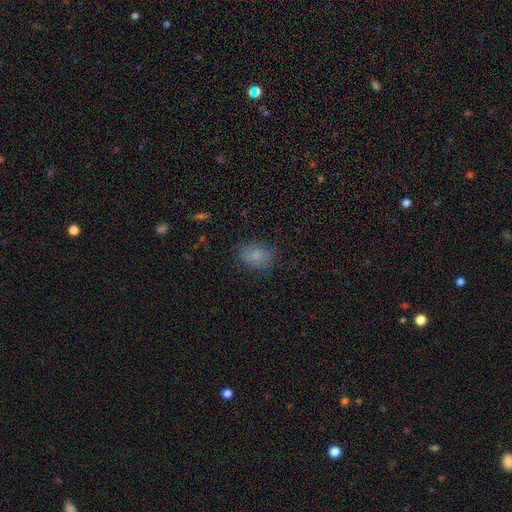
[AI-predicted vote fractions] smooth-or-featured: smooth: 81% | star or artifact: 10% | featured or disk: 9%
  how-rounded: in between: 64% | round: 35% | cigar-shaped: 1%
  merging: none: 77% | minor disturbance: 17% | major disturbance: 6% | merger: 1%